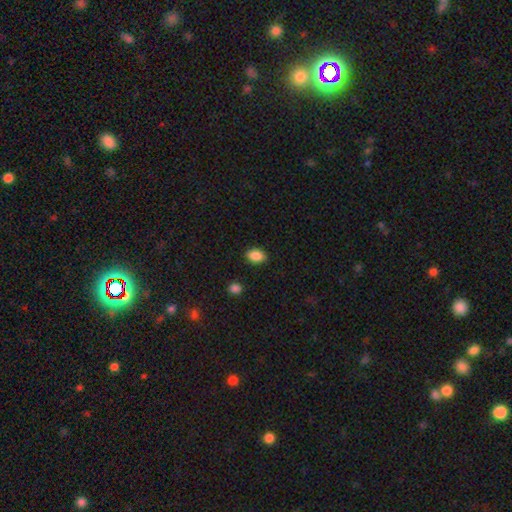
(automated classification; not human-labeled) smooth 88%, star or artifact 8%, featured or disk 4%. Down the decision tree: how rounded — in between (83%); merging — none (88%).